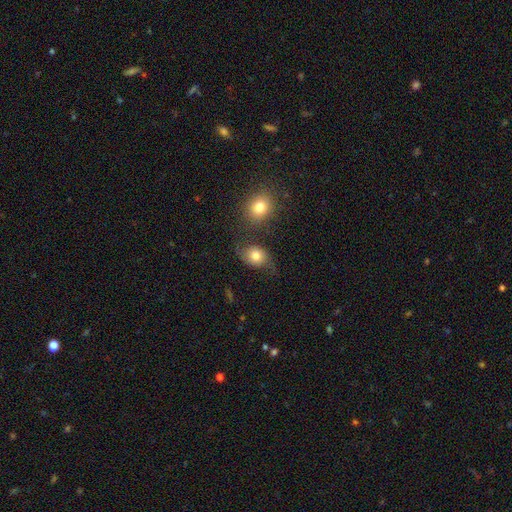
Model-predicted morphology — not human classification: Smooth or featured: smooth — 69% (featured or disk — 21%)
How rounded: round — 54% (in between — 45%)
Merging: none — 55% (minor disturbance — 23%)